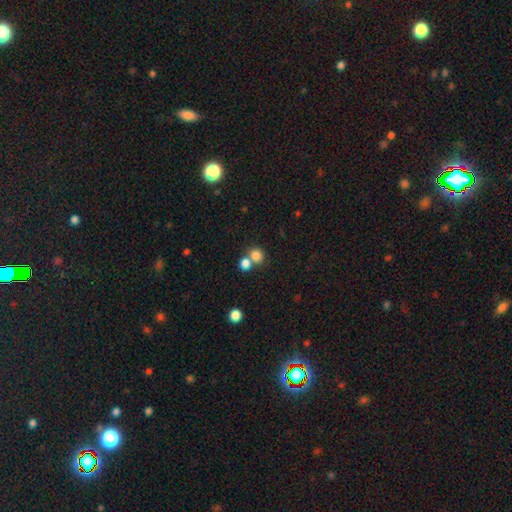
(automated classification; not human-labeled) smooth 81%, star or artifact 13%, featured or disk 7%. Down the decision tree: how rounded — round (86%); merging — none (53%).